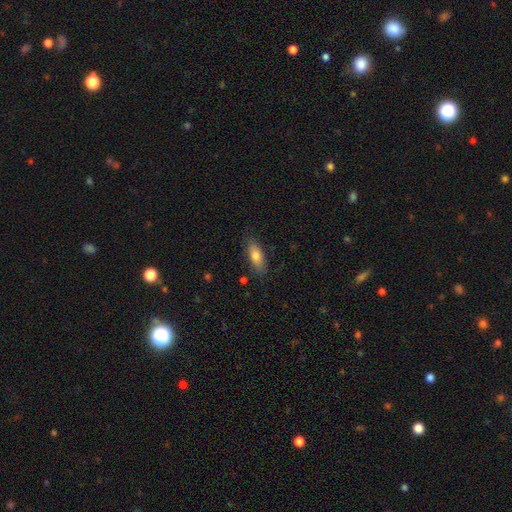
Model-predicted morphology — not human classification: smooth 77%, featured or disk 16%, star or artifact 7%. Down the decision tree: how rounded — in between (75%); merging — none (80%).